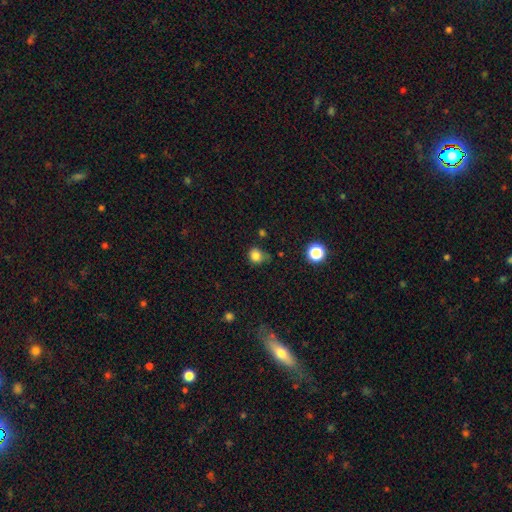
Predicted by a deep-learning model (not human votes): Q: Smooth or featured?
A: smooth (82%); runner-up: star or artifact (13%)
Q: How rounded?
A: round (80%); runner-up: in between (19%)
Q: Merging?
A: none (64%); runner-up: minor disturbance (26%)